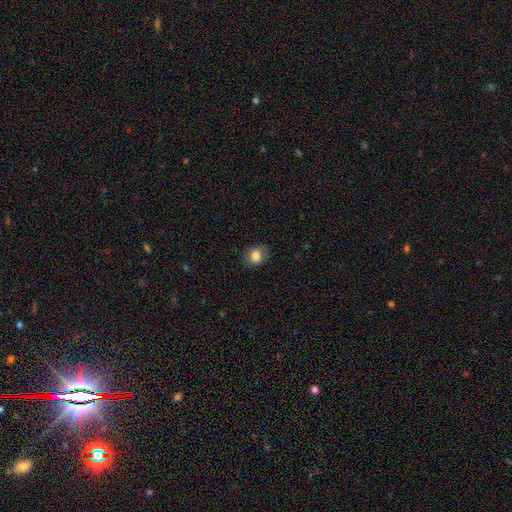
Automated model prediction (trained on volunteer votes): This is clearly a smooth galaxy (82%). How rounded: possibly round (56%). Merging: clearly none (82%).